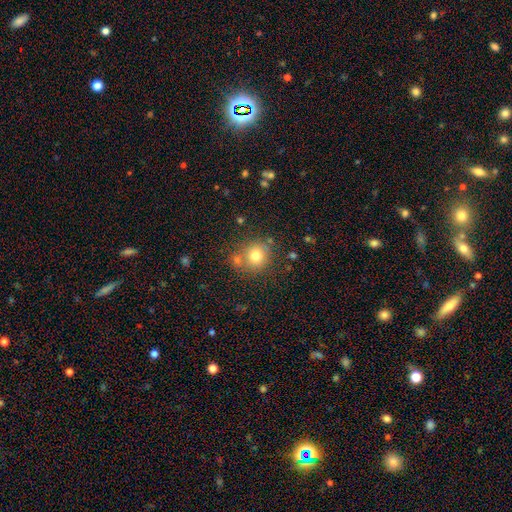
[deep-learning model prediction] A smooth galaxy with no disk features (76%) that is round (86%).

Vote fractions:
- Smooth or featured? smooth: 76% / star or artifact: 13% / featured or disk: 11%
- How rounded? round: 86% / in between: 14% / cigar-shaped: 1%
- Merging? none: 67% / merger: 18% / minor disturbance: 11% / major disturbance: 4%